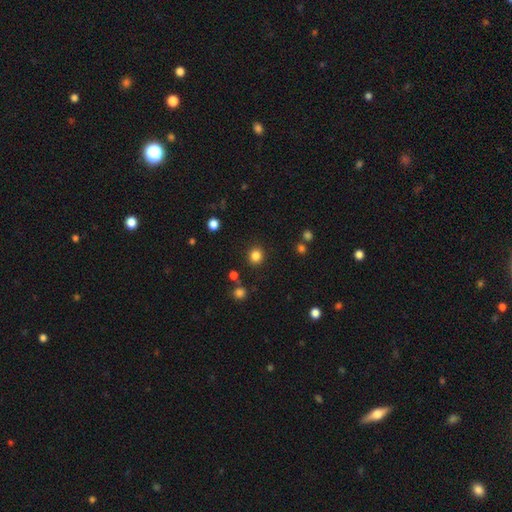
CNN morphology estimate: type=smooth (83%); roundness=round (86%); merging=none (88%).